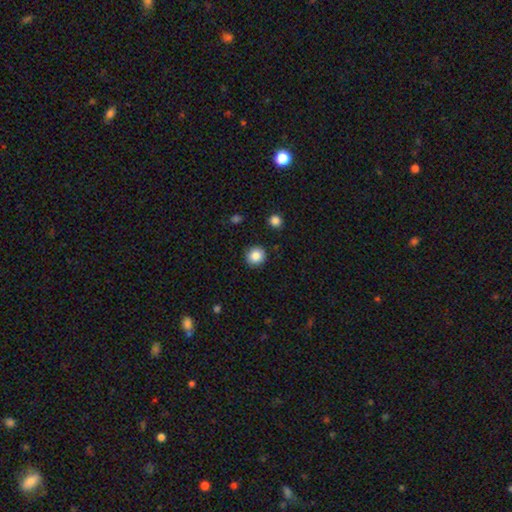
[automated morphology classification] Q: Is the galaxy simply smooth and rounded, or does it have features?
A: smooth — 86%.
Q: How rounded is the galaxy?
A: round — 90%.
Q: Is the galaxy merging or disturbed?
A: none — 90%.